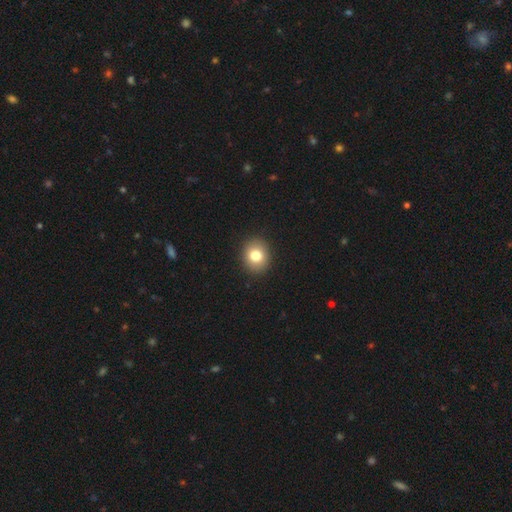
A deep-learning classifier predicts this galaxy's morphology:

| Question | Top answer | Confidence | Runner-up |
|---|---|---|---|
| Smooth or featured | smooth | 80% | featured or disk (10%) |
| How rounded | round | 71% | in between (28%) |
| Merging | none | 91% | minor disturbance (6%) |